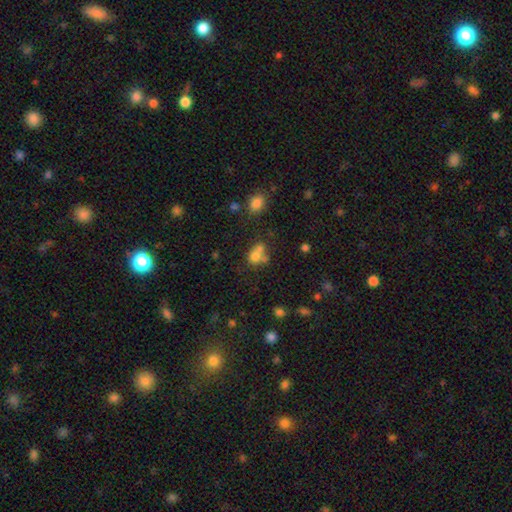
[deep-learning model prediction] A smooth galaxy with no disk features (69%) that is round (55%). Merging: merger (51%).